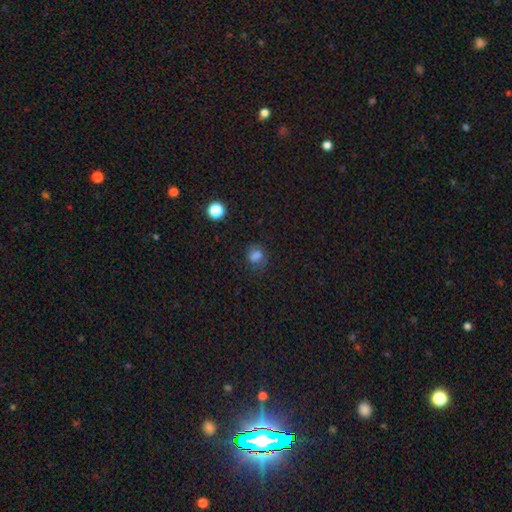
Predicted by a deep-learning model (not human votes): A smooth galaxy with no disk features (74%) that is round (52%). Merging: none (64%).